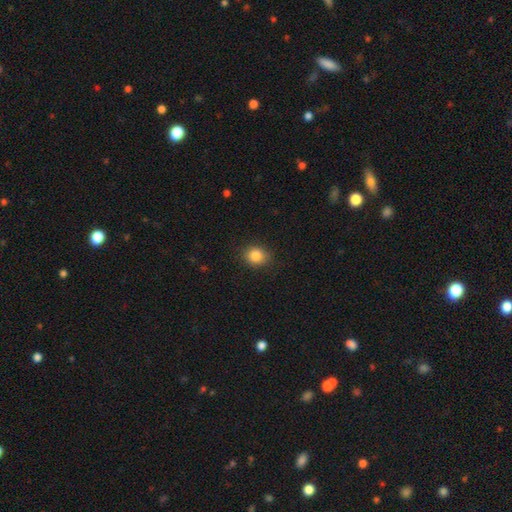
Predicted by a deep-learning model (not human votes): This appears to be a smooth galaxy with no disk features (85%) that is round (69%). Merging: none (87%).